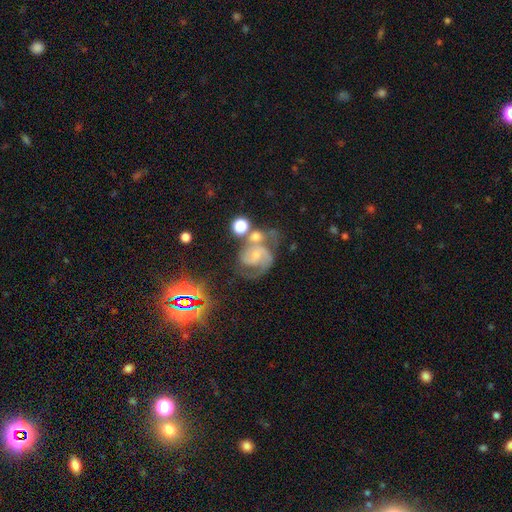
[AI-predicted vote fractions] Overall: featured or disk (77%). Edge-on disk: no (98%). Bar: no (56%; weak 36%). Spiral arms: yes (94%). Spiral arm count: 2 (75%). Spiral winding: medium (53%; tight 29%). Bulge size: small (56%; moderate 31%). Merging: none (37%; merger 27%).